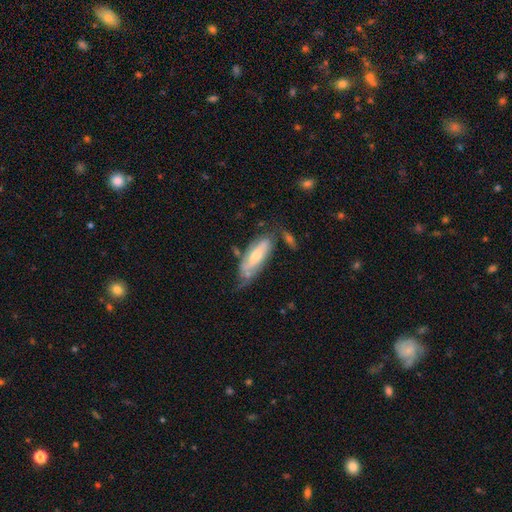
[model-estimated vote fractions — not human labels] A featured or disk galaxy (55%). Merging: none (48%).